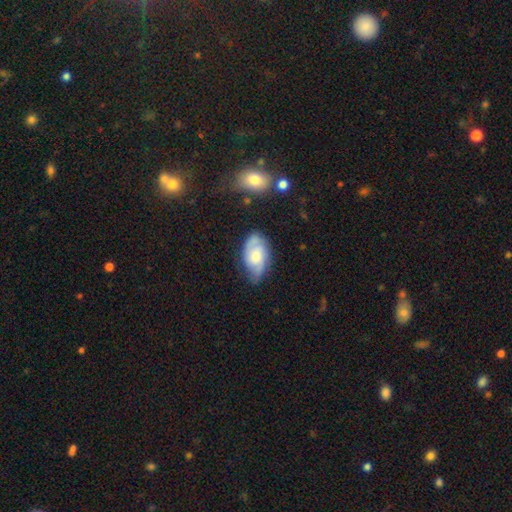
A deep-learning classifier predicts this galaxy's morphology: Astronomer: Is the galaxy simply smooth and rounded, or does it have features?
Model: featured or disk — 53% (runner-up: smooth, 40%).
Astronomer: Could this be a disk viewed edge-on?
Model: no — 94%.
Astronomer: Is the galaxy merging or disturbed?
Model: none — 61%.